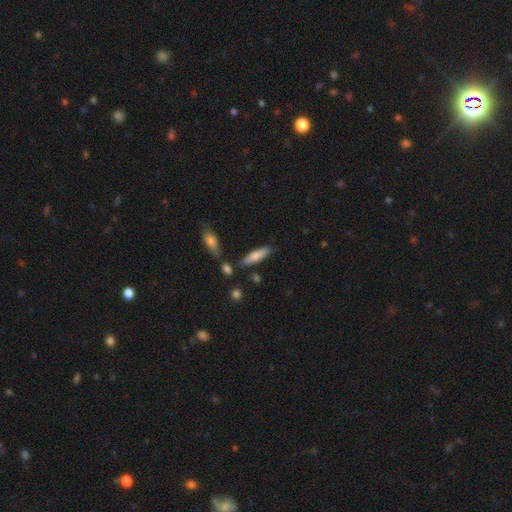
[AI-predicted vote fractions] Smooth or featured? Predicted: smooth (p=0.70). How rounded? Predicted: cigar-shaped (p=0.64). Merging? Predicted: none (p=0.77).